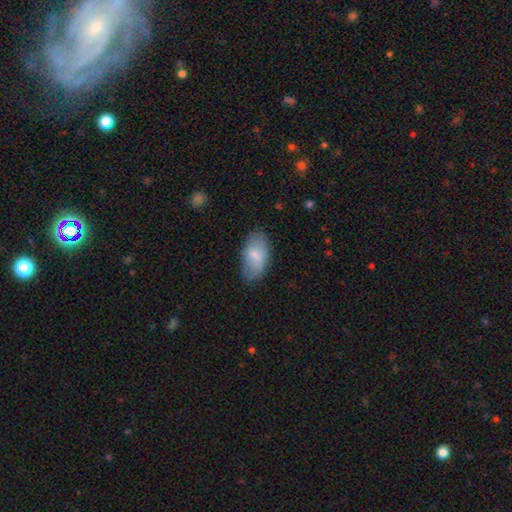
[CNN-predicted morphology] smooth_or_featured: smooth (p=0.75) [alt: featured or disk p=0.19]
how_rounded: in between (p=0.94) [alt: round p=0.03]
merging: none (p=0.74) [alt: minor disturbance p=0.20]